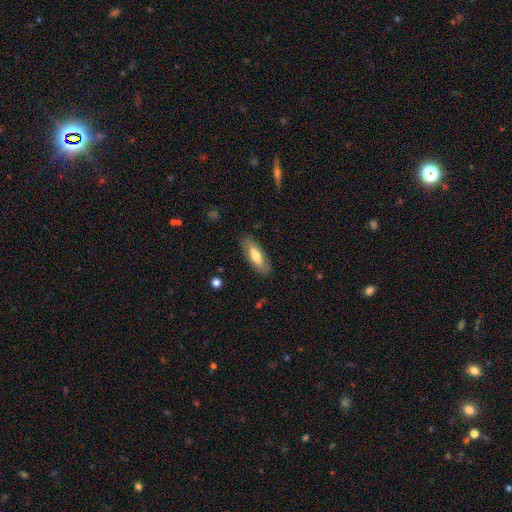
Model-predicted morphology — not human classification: smooth_or_featured: smooth (p=0.67) [alt: featured or disk p=0.28]
how_rounded: in between (p=0.66) [alt: cigar-shaped p=0.32]
merging: none (p=0.85) [alt: minor disturbance p=0.11]